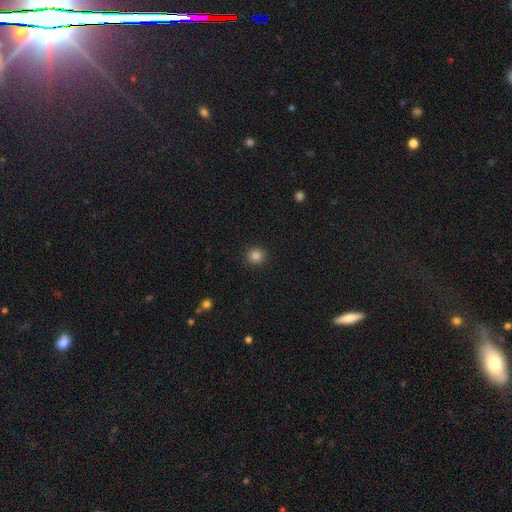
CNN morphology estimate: A smooth galaxy with no disk features (85%) that is round (89%).

Vote fractions:
- Smooth or featured? smooth: 85% / star or artifact: 12% / featured or disk: 3%
- How rounded? round: 89% / in between: 10% / cigar-shaped: 1%
- Merging? none: 92% / minor disturbance: 5% / major disturbance: 2% / merger: 1%